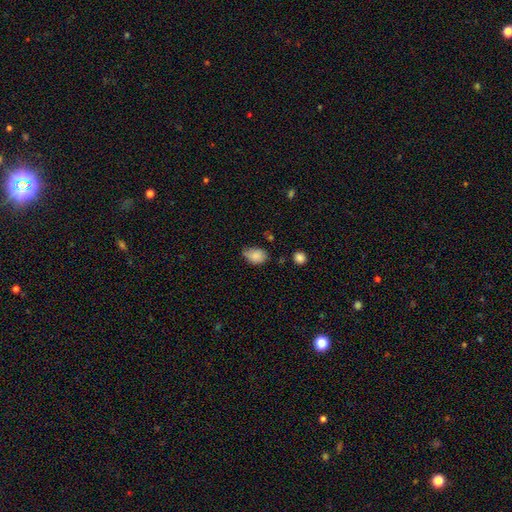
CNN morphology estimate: Smooth or featured: smooth — 84% (star or artifact — 9%)
How rounded: in between — 75% (round — 24%)
Merging: none — 54% (minor disturbance — 36%)